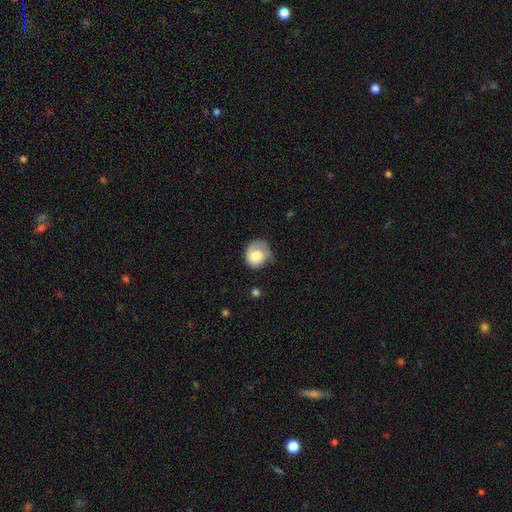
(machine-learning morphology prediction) Overall: smooth (69%). How rounded: round (76%). Merging: none (41%; minor disturbance 35%).